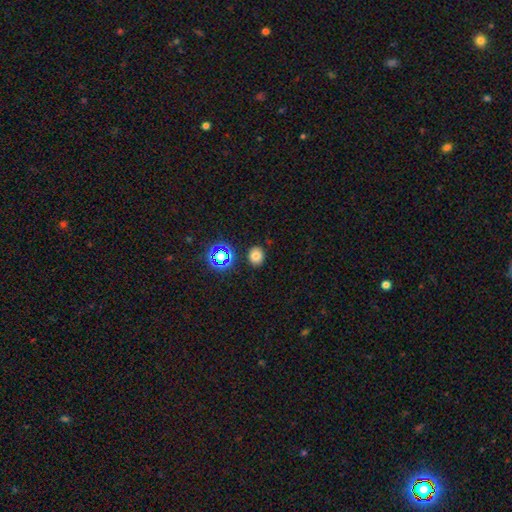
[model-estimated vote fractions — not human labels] Smooth or featured? smooth (72%)
How rounded? round (66%)
Merging? none (86%)